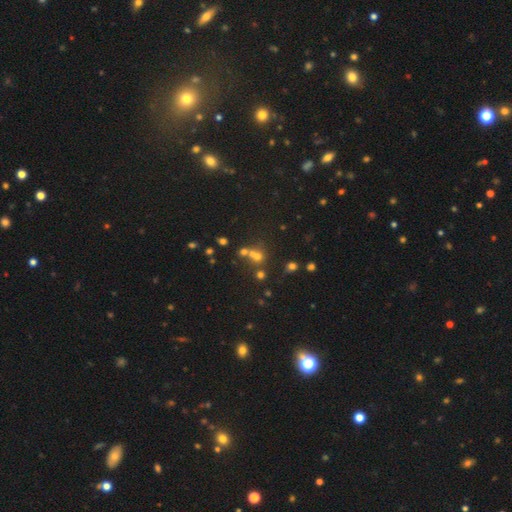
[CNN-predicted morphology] smooth_or_featured: smooth (p=0.50) [alt: star or artifact p=0.35]
merging: none (p=0.48) [alt: merger p=0.39]